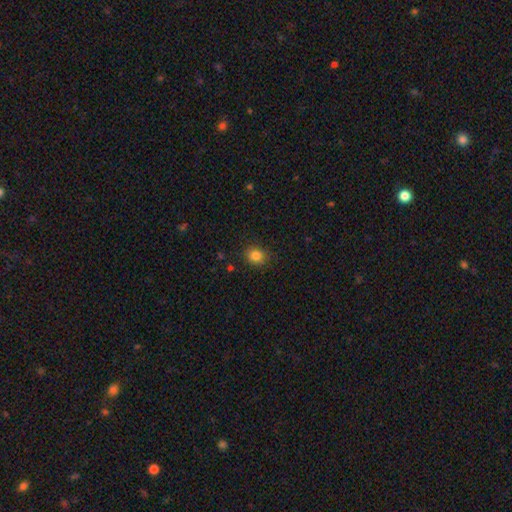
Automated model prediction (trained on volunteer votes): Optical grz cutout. It shows a smooth galaxy with no disk features (83%) that is round (69%). Merging: none (87%).